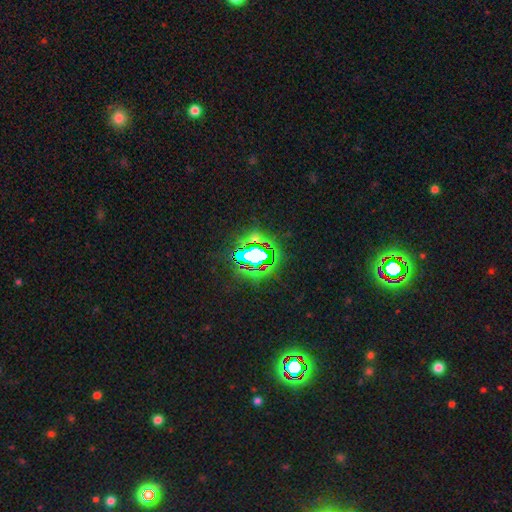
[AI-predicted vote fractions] The model was most divided on "smooth or featured": star or artifact: 71%, smooth: 15%, featured or disk: 13%.